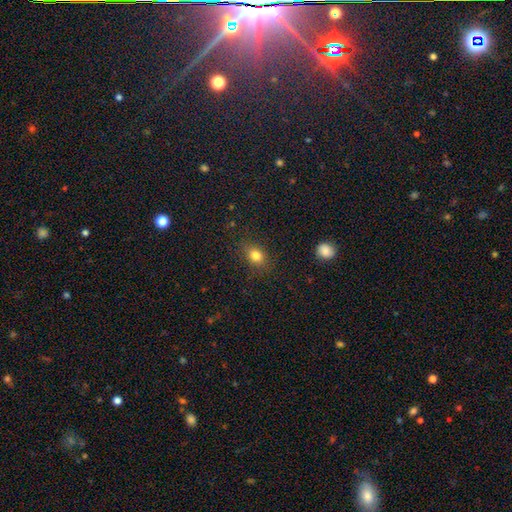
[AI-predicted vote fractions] smooth_or_featured: smooth (p=0.82) [alt: star or artifact p=0.12]
how_rounded: in between (p=0.56) [alt: round p=0.42]
merging: none (p=0.84) [alt: minor disturbance p=0.11]